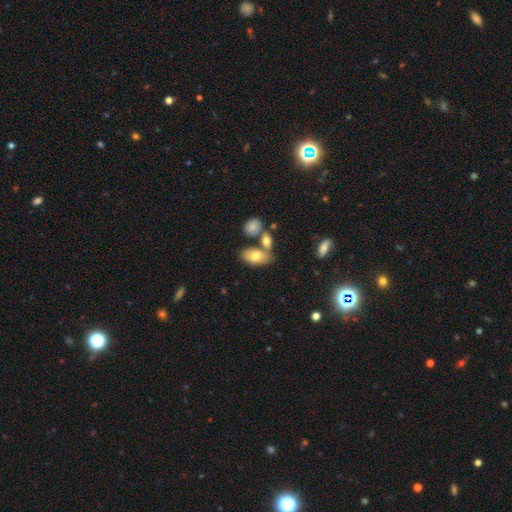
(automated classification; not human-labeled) Smooth or featured? smooth (74%)
How rounded? in between (91%)
Merging? none (52%)